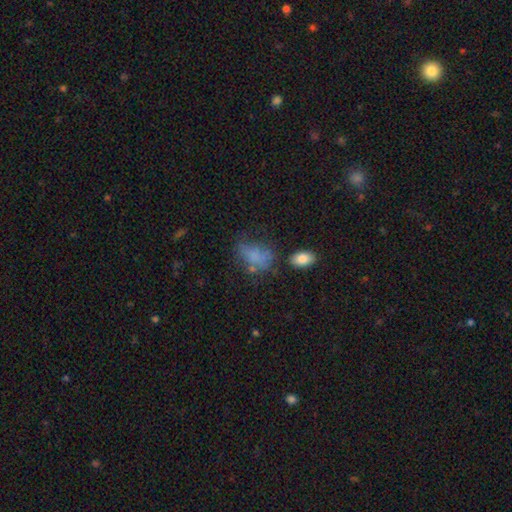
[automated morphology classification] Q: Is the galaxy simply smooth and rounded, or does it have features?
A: smooth — 66%.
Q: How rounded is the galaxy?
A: in between — 79%.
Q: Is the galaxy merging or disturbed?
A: none — 36%.